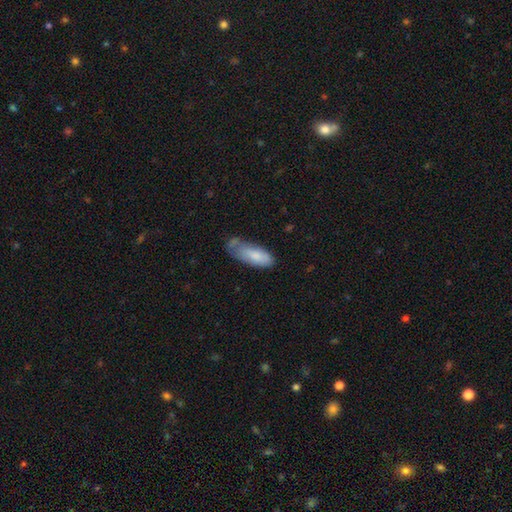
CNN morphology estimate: smooth-or-featured: smooth: 78% | featured or disk: 16% | star or artifact: 6%
  how-rounded: in between: 76% | cigar-shaped: 22% | round: 2%
  merging: minor disturbance: 38% | none: 37% | major disturbance: 17% | merger: 8%